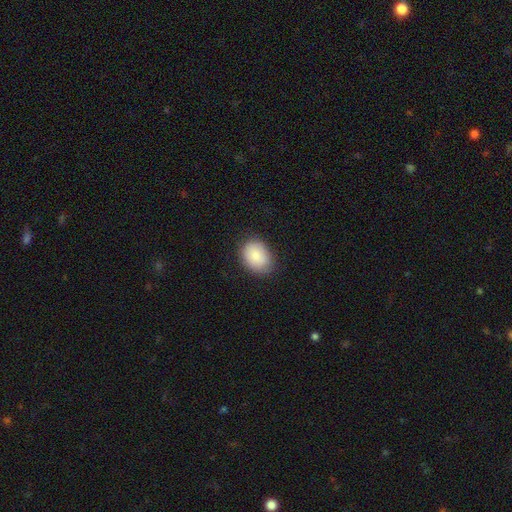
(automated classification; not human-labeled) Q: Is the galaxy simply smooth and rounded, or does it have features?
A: smooth — 86%.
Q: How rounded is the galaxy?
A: in between — 62%.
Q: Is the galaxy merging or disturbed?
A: none — 81%.